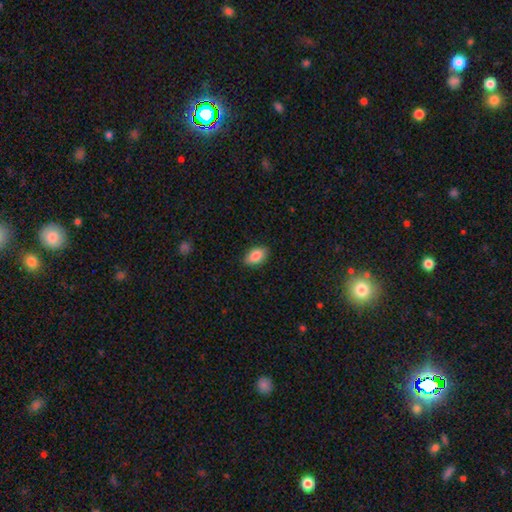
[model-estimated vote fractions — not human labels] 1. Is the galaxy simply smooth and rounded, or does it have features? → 86% smooth, 7% star or artifact, 7% featured or disk.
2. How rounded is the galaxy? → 90% in between, 8% round, 2% cigar-shaped.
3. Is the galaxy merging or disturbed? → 86% none, 11% minor disturbance, 2% major disturbance, 1% merger.